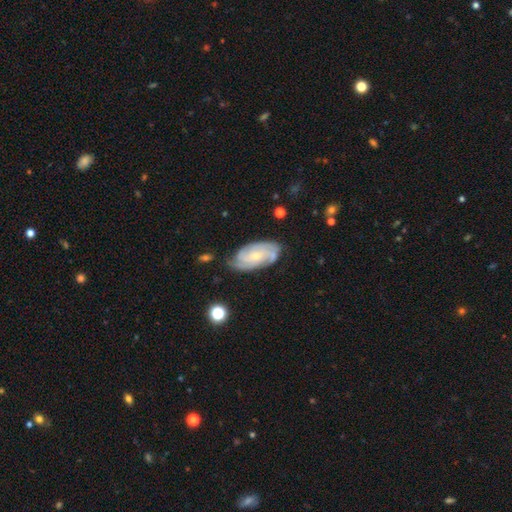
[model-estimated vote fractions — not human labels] featured or disk 78%, smooth 17%, star or artifact 6%. Down the decision tree: edge-on disk — no (95%); bar — no (64%); spiral arms — yes (95%); spiral arm count — can't tell (27%); spiral winding — tight (62%); bulge size — small (67%); merging — none (72%).